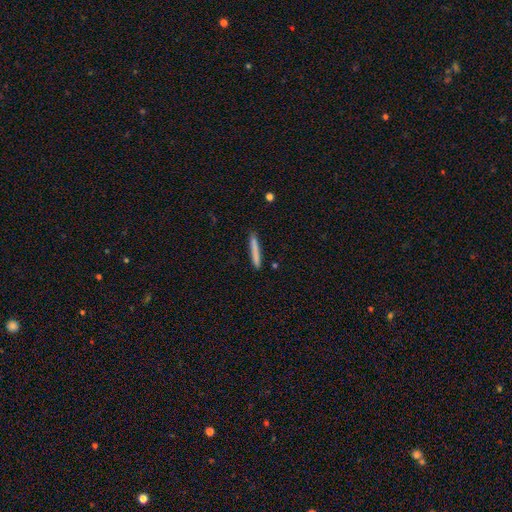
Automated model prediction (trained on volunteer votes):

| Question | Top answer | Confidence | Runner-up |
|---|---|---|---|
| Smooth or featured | smooth | 69% | featured or disk (23%) |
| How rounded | cigar-shaped | 96% | in between (3%) |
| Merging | none | 89% | minor disturbance (7%) |